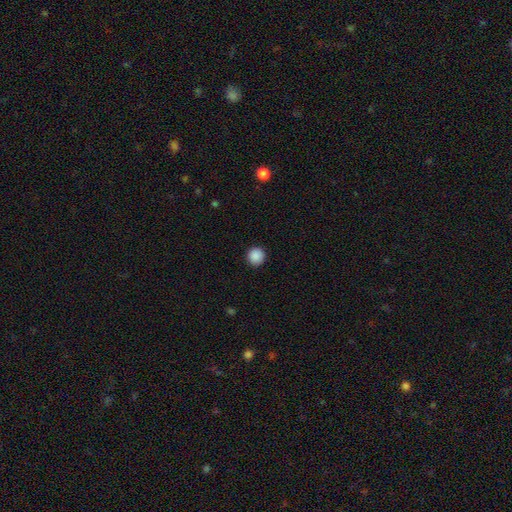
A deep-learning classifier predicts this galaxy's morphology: Smooth or featured?
  - smooth: 89% *
  - star or artifact: 9%
  - featured or disk: 2%
How rounded?
  - round: 94% *
  - in between: 5%
  - cigar-shaped: 1%
Merging?
  - none: 92% *
  - minor disturbance: 5%
  - major disturbance: 2%
  - merger: 1%